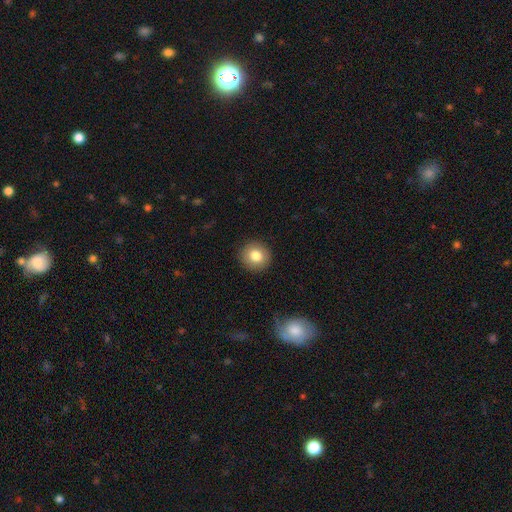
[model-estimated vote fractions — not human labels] The model was most divided on "smooth or featured": smooth: 81%, featured or disk: 9%, star or artifact: 9%. More confident: merging — none (91%); how rounded — round (90%).